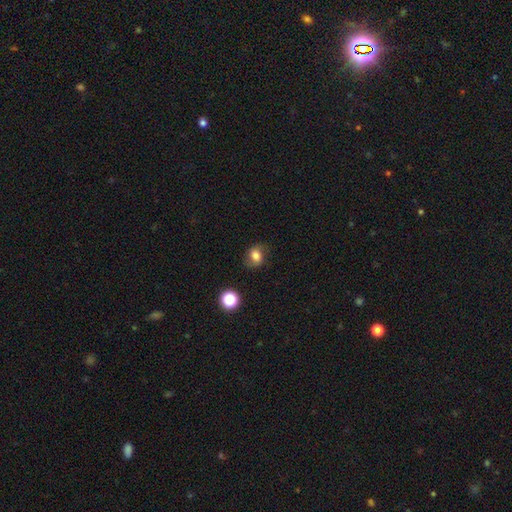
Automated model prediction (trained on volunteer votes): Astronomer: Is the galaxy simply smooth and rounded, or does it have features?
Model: smooth — 67%.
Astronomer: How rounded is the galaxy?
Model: round — 50% (runner-up: in between, 48%).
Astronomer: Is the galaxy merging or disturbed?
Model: none — 72%.